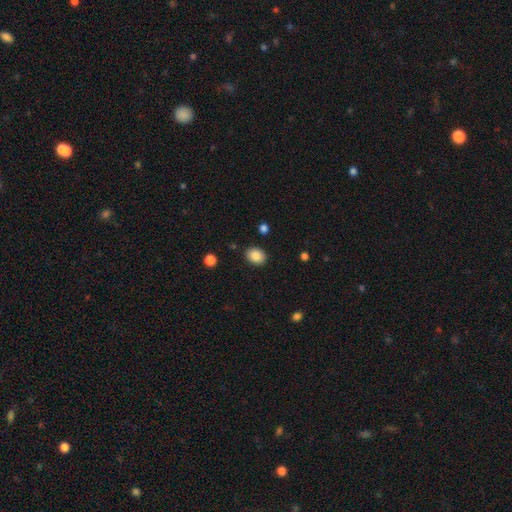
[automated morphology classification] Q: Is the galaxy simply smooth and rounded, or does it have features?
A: smooth — 87%.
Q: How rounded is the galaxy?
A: in between — 56%.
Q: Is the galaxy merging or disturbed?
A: none — 87%.